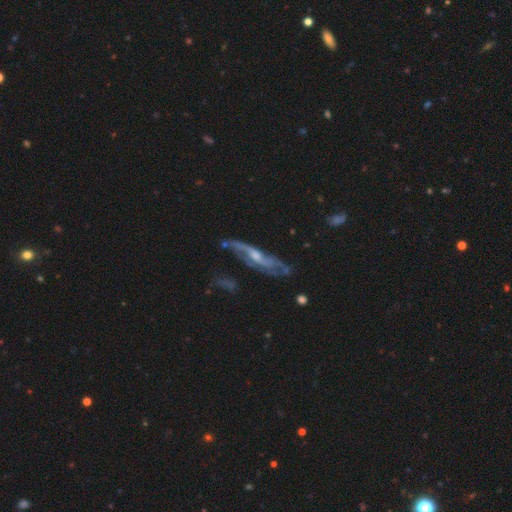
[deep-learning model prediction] A featured or disk galaxy (80%) with no bar (49%), spiral arms (88%) and a moderate central bulge (49%).

Vote fractions:
- Smooth or featured? featured or disk: 80% / smooth: 12% / star or artifact: 7%
- Edge-on disk? no: 66% / yes: 34%
- Bar? no: 49% / weak: 39% / strong: 12%
- Spiral arms? yes: 88% / no: 12%
- Bulge size? moderate: 49% / small: 40% / none: 5% / large: 4% / dominant: 1%
- Merging? none: 60% / minor disturbance: 22% / major disturbance: 14% / merger: 4%